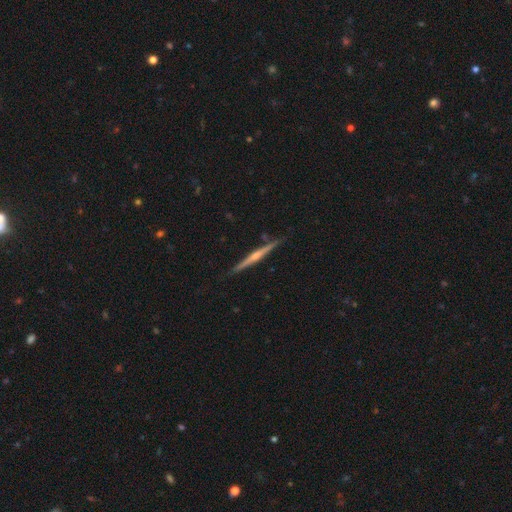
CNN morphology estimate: Smooth or featured? Predicted: featured or disk (p=0.77). Edge-on disk? Predicted: yes (p=0.98). Edge-on bulge? Predicted: rounded (p=0.79). Merging? Predicted: none (p=0.89).